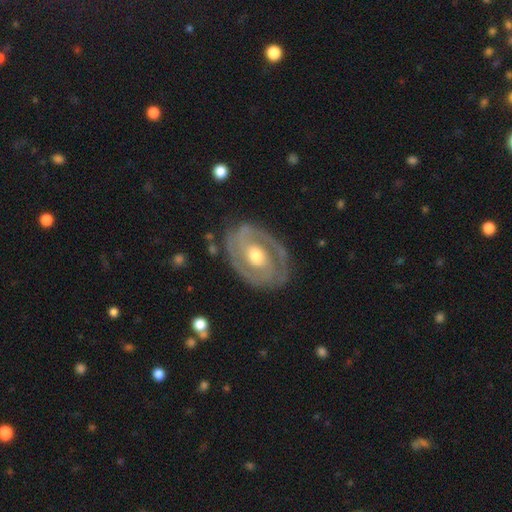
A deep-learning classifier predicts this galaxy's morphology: A featured or disk galaxy (86%) with no bar (54%), 2 (69%) tight (63%) spiral arms (88%) and a moderate central bulge (69%). Merging: none (78%).